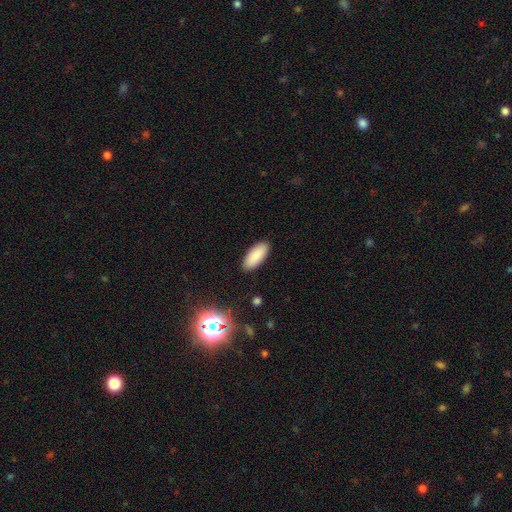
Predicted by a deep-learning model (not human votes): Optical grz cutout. It shows a smooth galaxy with no disk features (88%) that is in between round and cigar-shaped (86%). Merging: none (89%).